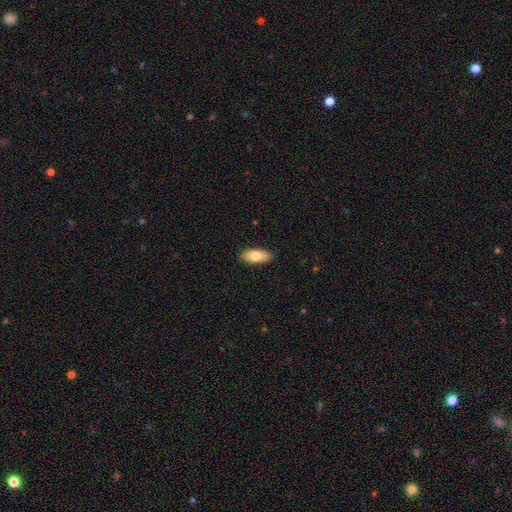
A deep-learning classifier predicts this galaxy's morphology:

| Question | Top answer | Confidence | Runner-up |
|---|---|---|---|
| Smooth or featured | smooth | 76% | featured or disk (18%) |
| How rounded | in between | 86% | cigar-shaped (12%) |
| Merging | none | 90% | minor disturbance (8%) |